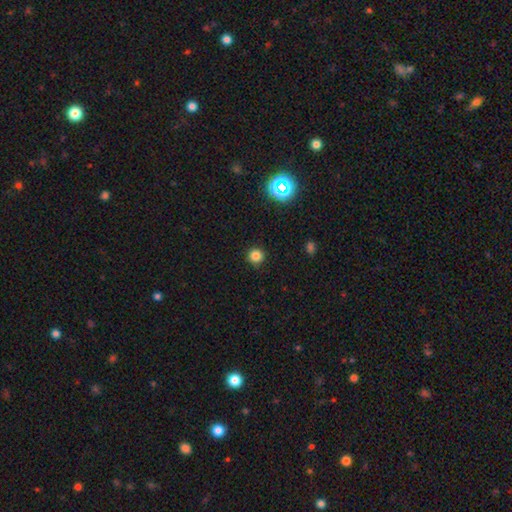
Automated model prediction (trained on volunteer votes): This is clearly a smooth galaxy (80%). How rounded: clearly round (94%). Merging: clearly none (91%).